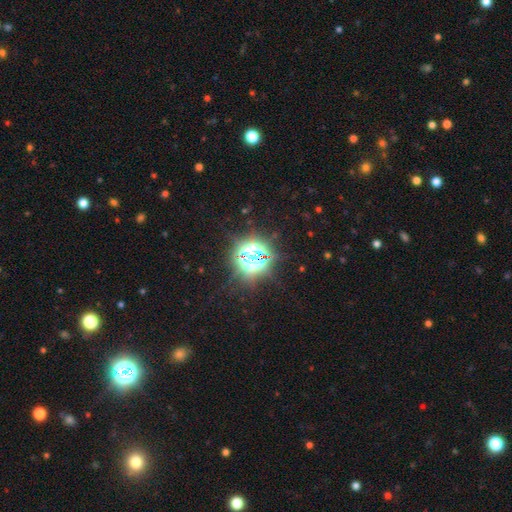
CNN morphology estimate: The model was most divided on "smooth or featured": star or artifact: 75%, smooth: 15%, featured or disk: 9%.